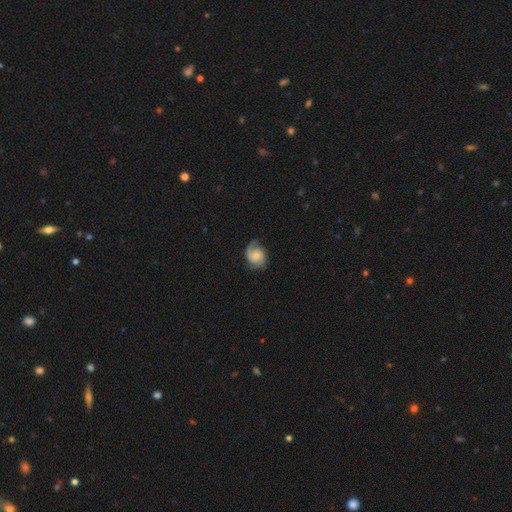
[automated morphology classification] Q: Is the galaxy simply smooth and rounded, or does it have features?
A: featured or disk — 67%.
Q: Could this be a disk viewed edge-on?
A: no — 98%.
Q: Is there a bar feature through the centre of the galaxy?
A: no — 71%.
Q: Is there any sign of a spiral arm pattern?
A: yes — 94%.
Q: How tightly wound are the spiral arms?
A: medium — 41%.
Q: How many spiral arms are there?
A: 2 — 68%.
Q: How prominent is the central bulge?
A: small — 50%.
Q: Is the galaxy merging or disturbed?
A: none — 65%.